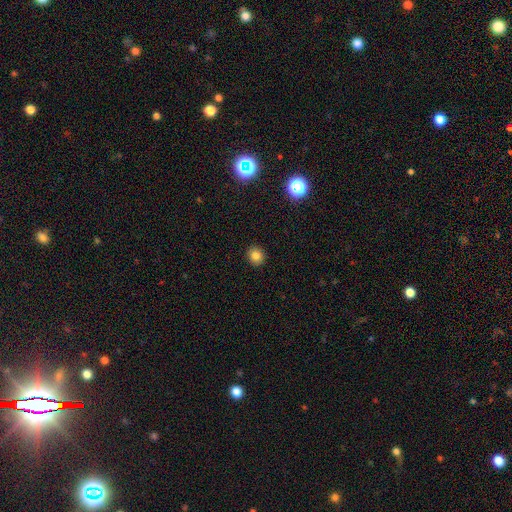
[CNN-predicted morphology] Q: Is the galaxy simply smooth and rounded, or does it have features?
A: smooth — 81%.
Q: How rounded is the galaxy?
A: round — 86%.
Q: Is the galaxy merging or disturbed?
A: none — 92%.